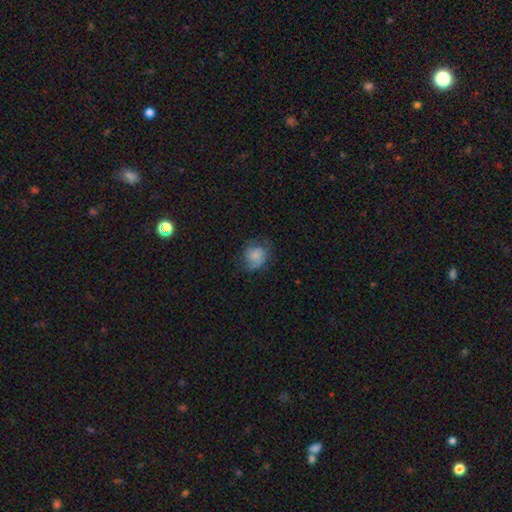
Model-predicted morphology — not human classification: Smooth or featured?
  - smooth: 60% *
  - featured or disk: 31%
  - star or artifact: 9%
How rounded?
  - round: 67% *
  - in between: 32%
  - cigar-shaped: 1%
Merging?
  - none: 54% *
  - minor disturbance: 28%
  - major disturbance: 16%
  - merger: 1%